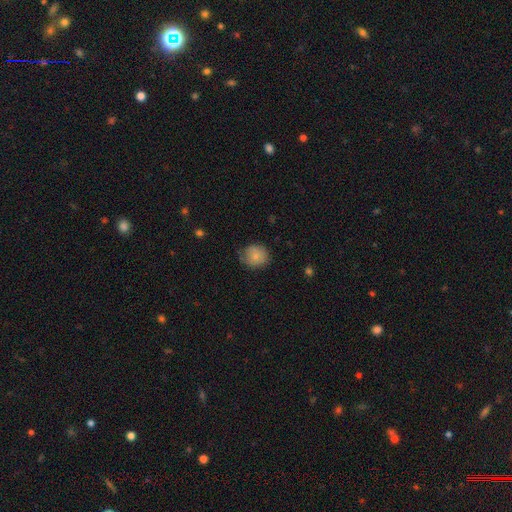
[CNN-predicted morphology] A smooth galaxy with no disk features (78%) that is round (80%).

Vote fractions:
- Smooth or featured? smooth: 78% / featured or disk: 14% / star or artifact: 8%
- How rounded? round: 80% / in between: 19% / cigar-shaped: 1%
- Merging? none: 67% / minor disturbance: 25% / major disturbance: 6% / merger: 1%